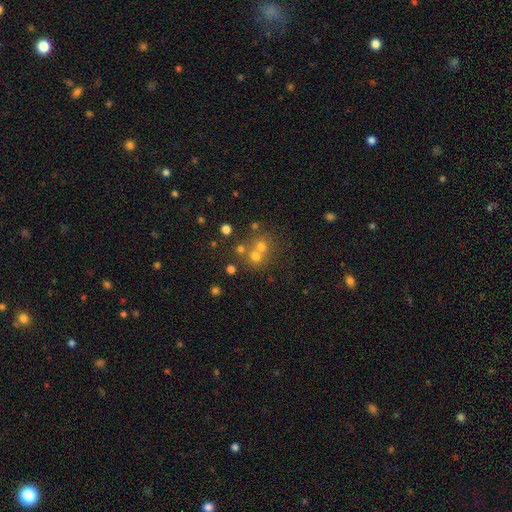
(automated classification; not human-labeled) Smooth or featured? Predicted: smooth (p=0.62). How rounded? Predicted: round (p=0.85). Merging? Predicted: none (p=0.45, tied with merger).